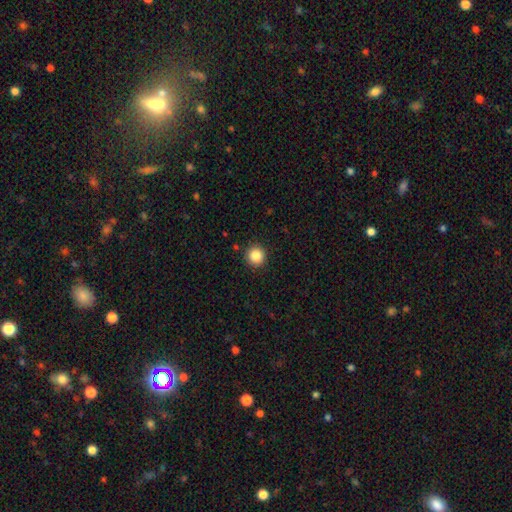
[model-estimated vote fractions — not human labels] This appears to be a smooth galaxy with no disk features (86%) that is round (94%). Merging: none (92%).